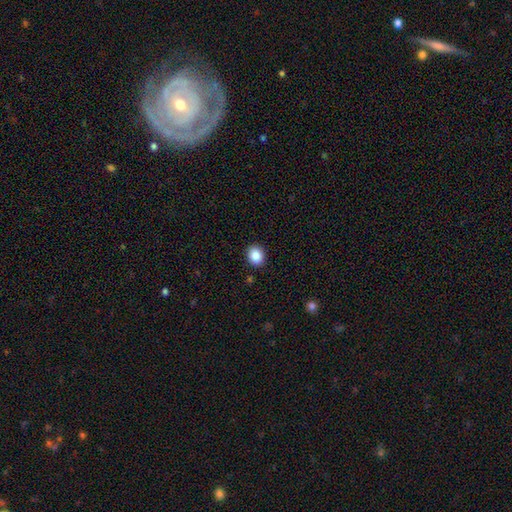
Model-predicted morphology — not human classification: The model was most divided on "how rounded": round: 59%, in between: 41%, cigar-shaped: 1%. More confident: merging — none (90%); smooth or featured — smooth (87%).